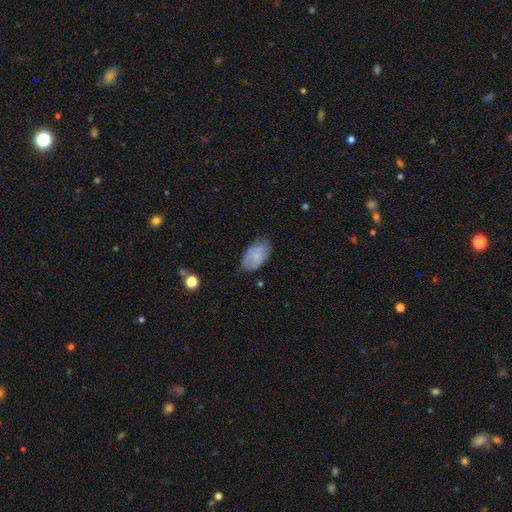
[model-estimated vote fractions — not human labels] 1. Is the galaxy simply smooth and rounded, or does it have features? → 71% smooth, 21% featured or disk, 8% star or artifact.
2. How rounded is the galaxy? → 94% in between, 4% round, 2% cigar-shaped.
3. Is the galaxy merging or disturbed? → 74% none, 19% minor disturbance, 5% major disturbance, 2% merger.